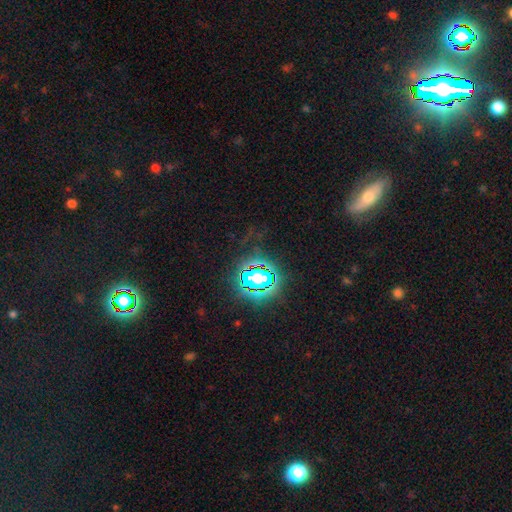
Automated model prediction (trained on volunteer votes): Smooth or featured?
  - star or artifact: 78% *
  - smooth: 12%
  - featured or disk: 10%